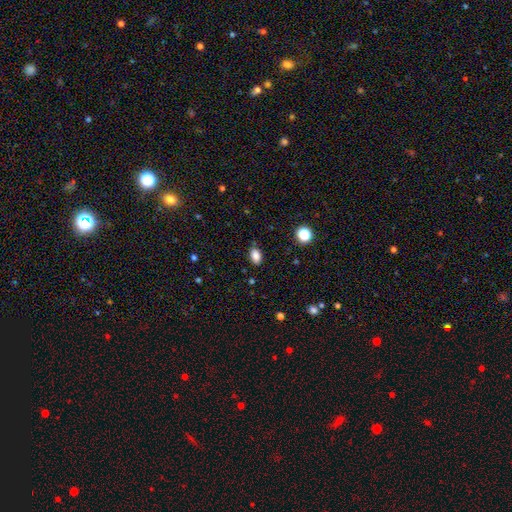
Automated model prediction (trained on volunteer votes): smooth 85%, star or artifact 11%, featured or disk 4%. Down the decision tree: how rounded — in between (86%); merging — none (83%).